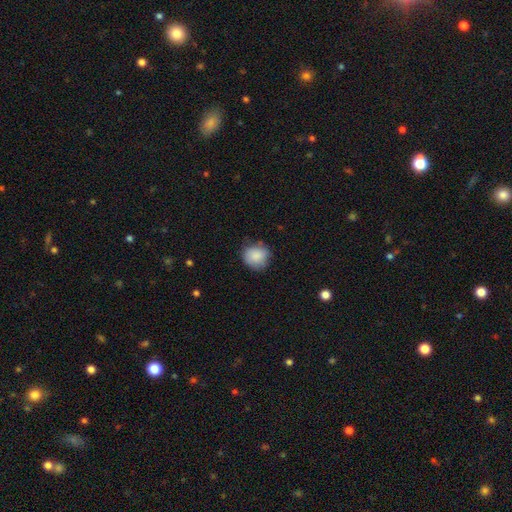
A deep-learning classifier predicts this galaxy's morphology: A smooth galaxy with no disk features (87%) that is round (84%). Merging: none (75%).